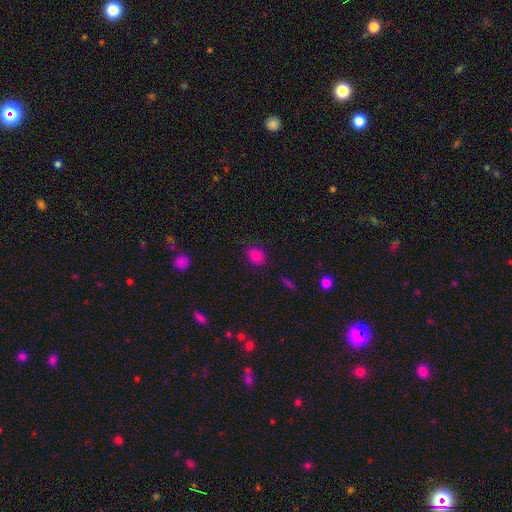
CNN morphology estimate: Overall: smooth (82%). How rounded: round (51%; in between 48%). Merging: none (82%).